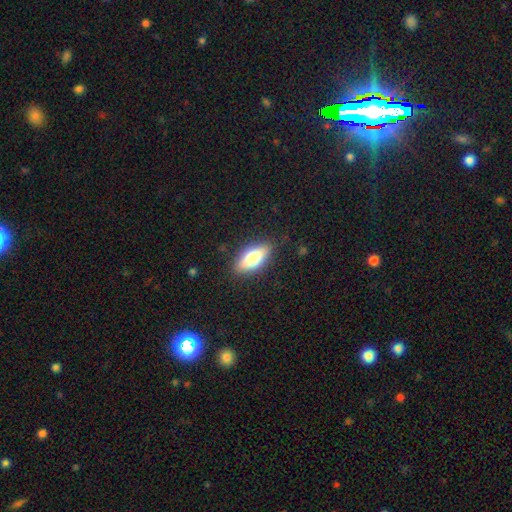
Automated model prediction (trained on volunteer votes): Morphology: type=smooth (72%); roundness=in between (81%); merging=none (84%).